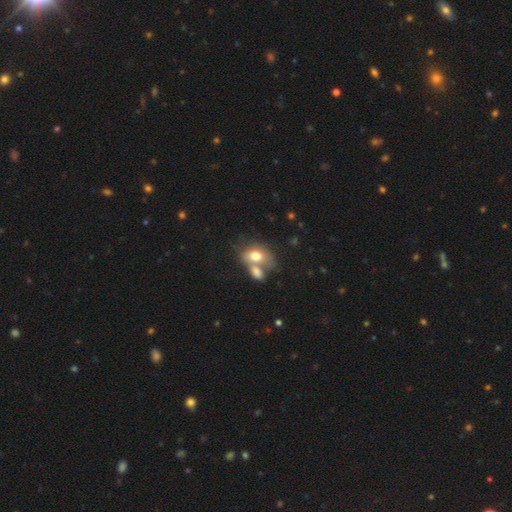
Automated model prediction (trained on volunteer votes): A smooth galaxy with no disk features (73%) that is in between round and cigar-shaped (79%).

Vote fractions:
- Smooth or featured? smooth: 73% / featured or disk: 19% / star or artifact: 8%
- How rounded? in between: 79% / round: 19% / cigar-shaped: 2%
- Merging? merger: 54% / none: 28% / minor disturbance: 11% / major disturbance: 6%